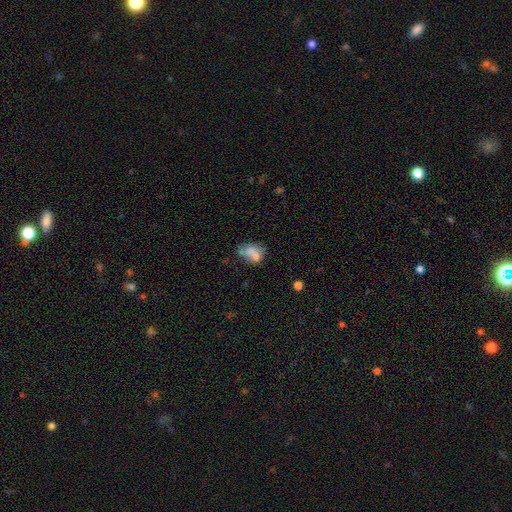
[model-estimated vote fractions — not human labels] The model was most divided on "merging": none: 31%, merger: 30%, minor disturbance: 23%, major disturbance: 16%. More confident: how rounded — in between (78%); smooth or featured — smooth (66%).